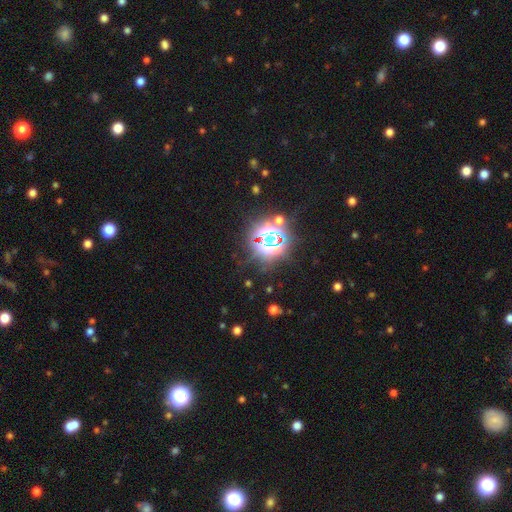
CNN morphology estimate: Q: Smooth or featured?
A: star or artifact (84%); runner-up: smooth (10%)